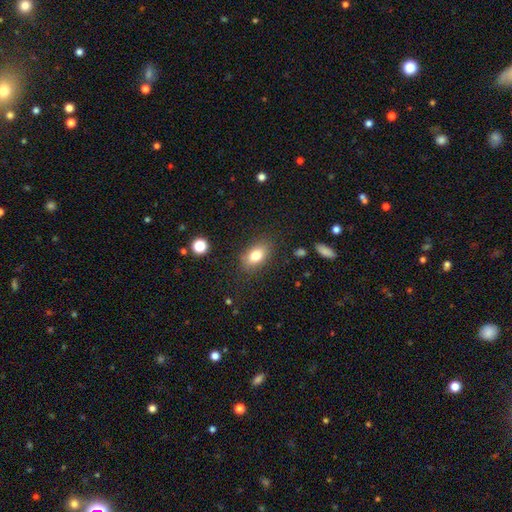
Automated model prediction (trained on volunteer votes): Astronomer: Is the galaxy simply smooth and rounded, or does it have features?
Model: smooth — 79%.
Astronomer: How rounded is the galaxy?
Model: in between — 84%.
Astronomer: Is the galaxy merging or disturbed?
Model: none — 83%.